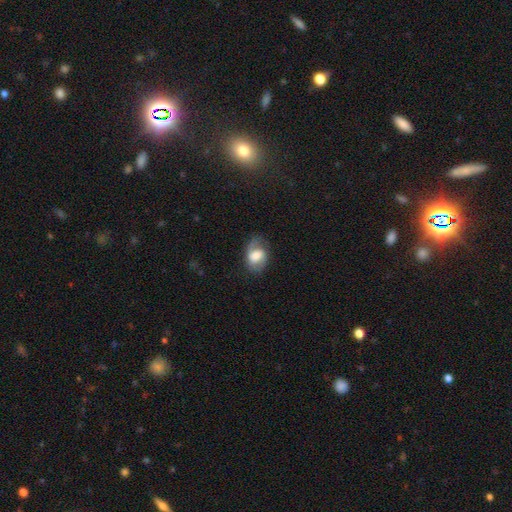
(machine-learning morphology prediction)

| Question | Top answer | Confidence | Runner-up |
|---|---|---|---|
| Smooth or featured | smooth | 48% | featured or disk (44%) |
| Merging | none | 62% | minor disturbance (25%) |